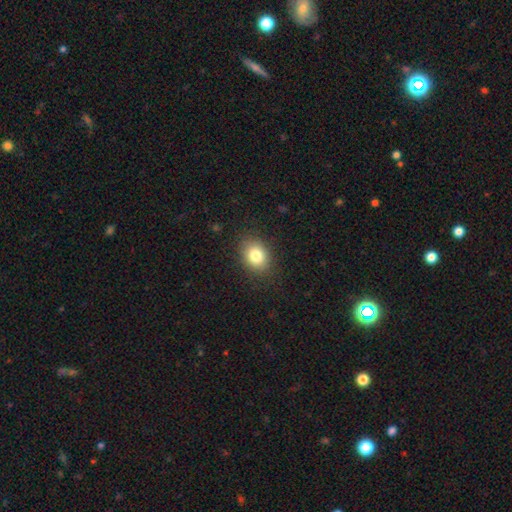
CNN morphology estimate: smooth 82%, star or artifact 10%, featured or disk 8%. Down the decision tree: how rounded — in between (58%); merging — none (86%).